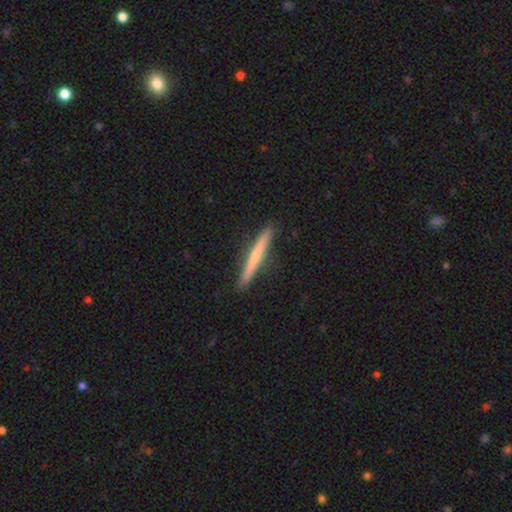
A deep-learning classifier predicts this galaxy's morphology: This appears to be a smooth galaxy with no disk features (53%) that is cigar-shaped (97%). Merging: none (91%).